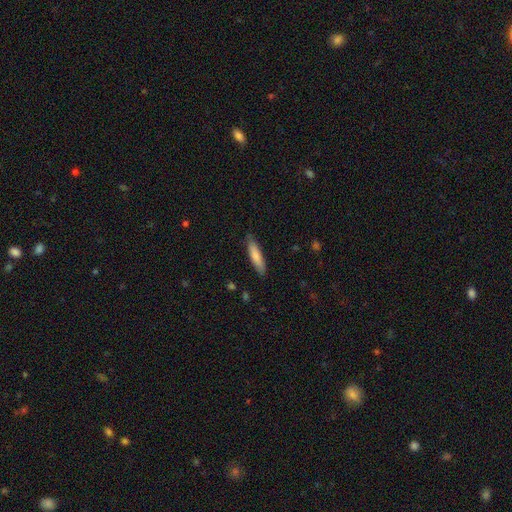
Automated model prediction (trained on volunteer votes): Smooth or featured?
  - smooth: 80% *
  - featured or disk: 15%
  - star or artifact: 5%
How rounded?
  - cigar-shaped: 76% *
  - in between: 23%
  - round: 1%
Merging?
  - none: 84% *
  - minor disturbance: 13%
  - major disturbance: 2%
  - merger: 1%